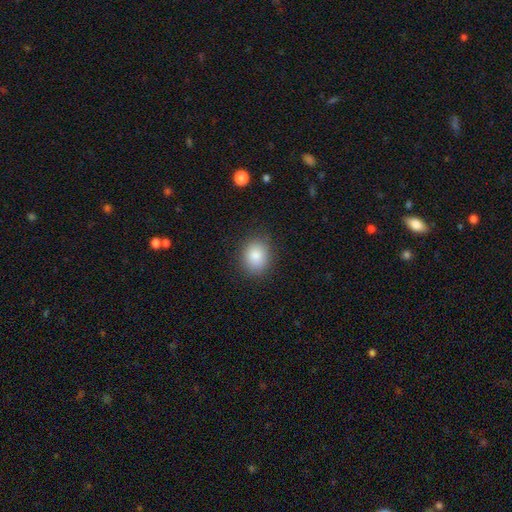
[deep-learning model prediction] Overall: smooth (86%). How rounded: round (57%; in between 42%). Merging: none (87%).